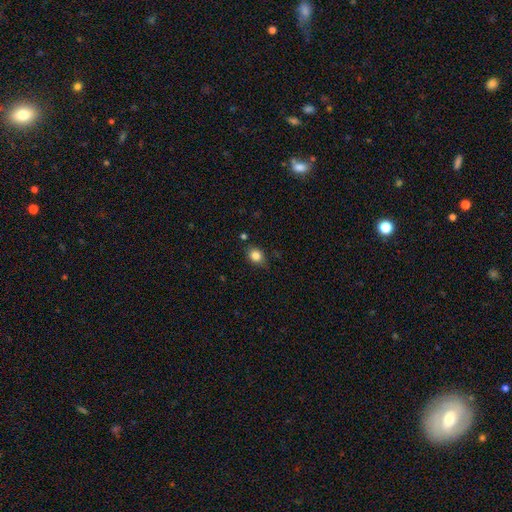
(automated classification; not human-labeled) Smooth or featured? Predicted: smooth (p=0.83). How rounded? Predicted: round (p=0.58). Merging? Predicted: none (p=0.78).